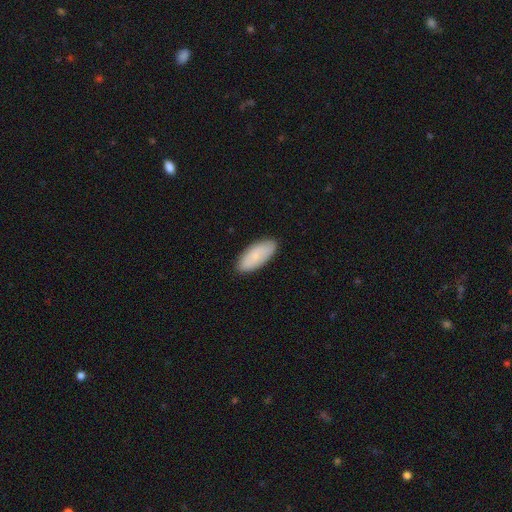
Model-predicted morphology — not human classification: smooth-or-featured: smooth: 78% | featured or disk: 16% | star or artifact: 6%
  how-rounded: in between: 86% | cigar-shaped: 12% | round: 2%
  merging: none: 88% | minor disturbance: 10% | major disturbance: 2% | merger: 1%